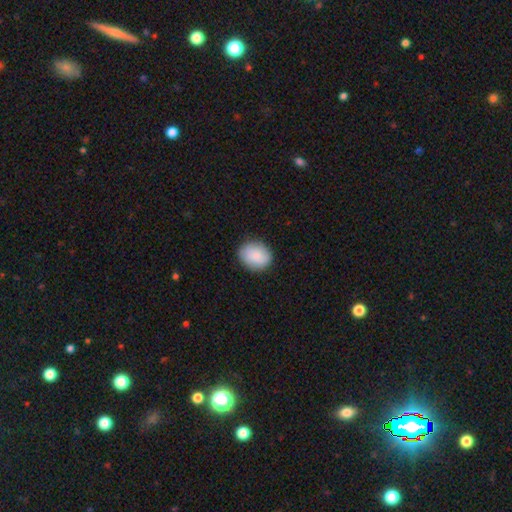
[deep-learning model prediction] smooth-or-featured: smooth: 87% | featured or disk: 6% | star or artifact: 6%
  how-rounded: round: 60% | in between: 39% | cigar-shaped: 1%
  merging: none: 86% | minor disturbance: 11% | major disturbance: 3% | merger: 1%